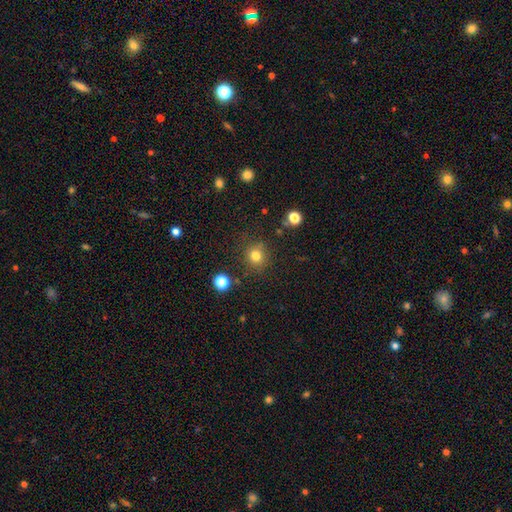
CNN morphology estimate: This is likely a smooth galaxy (80%). How rounded: clearly round (89%). Merging: clearly none (83%).